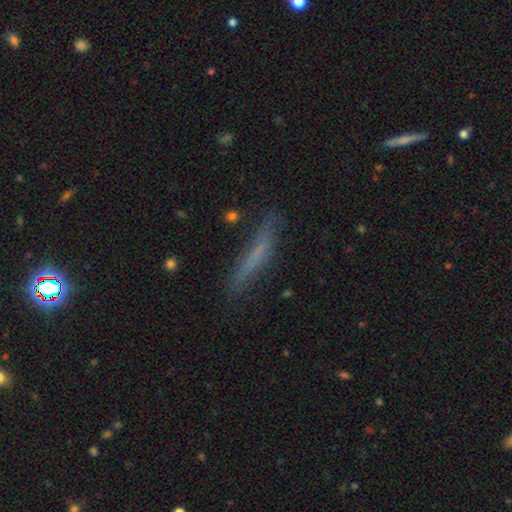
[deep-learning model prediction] This is possibly a smooth galaxy (59%). How rounded: clearly cigar-shaped (92%). Merging: likely none (74%).